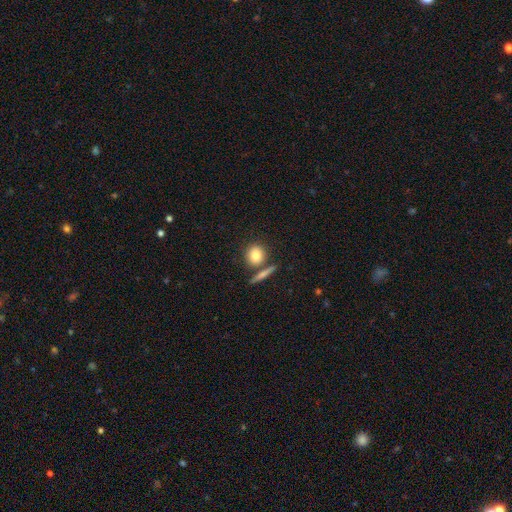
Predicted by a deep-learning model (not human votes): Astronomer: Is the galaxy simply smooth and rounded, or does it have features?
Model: smooth — 80%.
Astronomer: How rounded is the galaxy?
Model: round — 78%.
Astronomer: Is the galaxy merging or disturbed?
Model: none — 69%.